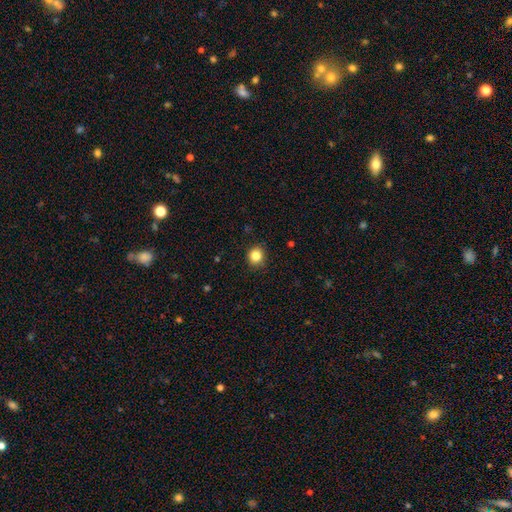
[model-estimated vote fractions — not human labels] The model was most divided on "how rounded": round: 86%, in between: 14%, cigar-shaped: 1%. More confident: merging — none (89%); smooth or featured — smooth (85%).